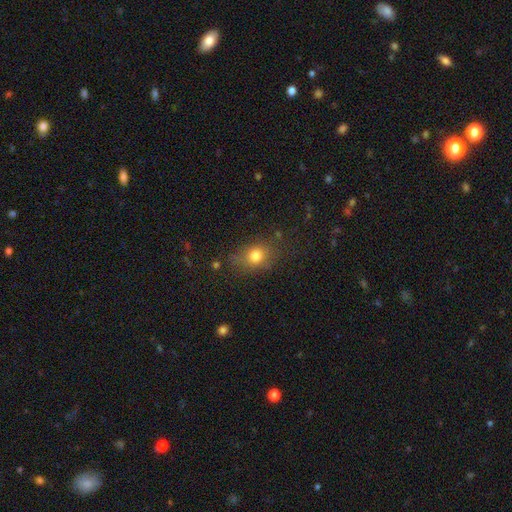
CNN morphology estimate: smooth-or-featured: smooth: 78% | star or artifact: 13% | featured or disk: 9%
  how-rounded: in between: 53% | round: 45% | cigar-shaped: 2%
  merging: none: 72% | minor disturbance: 18% | major disturbance: 7% | merger: 3%